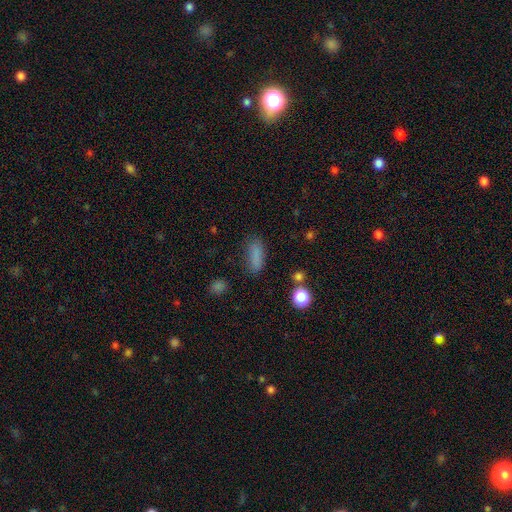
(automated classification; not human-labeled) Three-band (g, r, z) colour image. It shows a smooth galaxy with no disk features (82%) that is in between round and cigar-shaped (67%). Merging: none (76%).